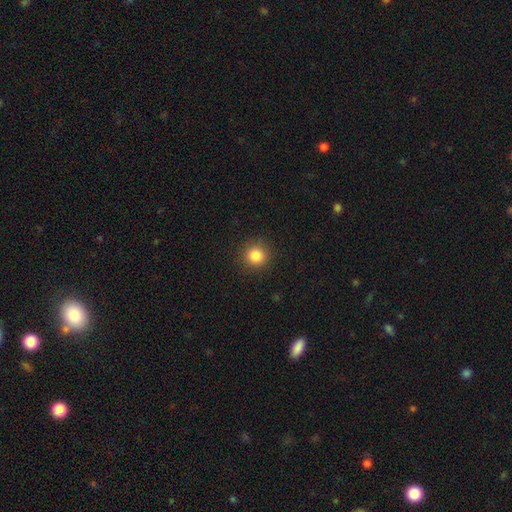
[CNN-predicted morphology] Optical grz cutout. It shows a smooth galaxy with no disk features (85%) that is round (93%). Merging: none (91%).